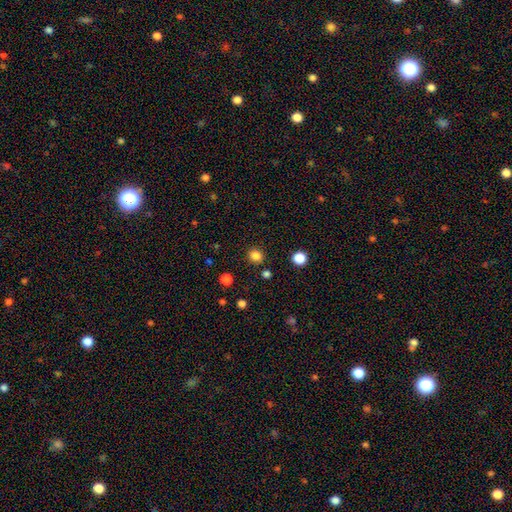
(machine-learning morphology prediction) type=smooth (82%); roundness=round (82%); merging=none (88%).